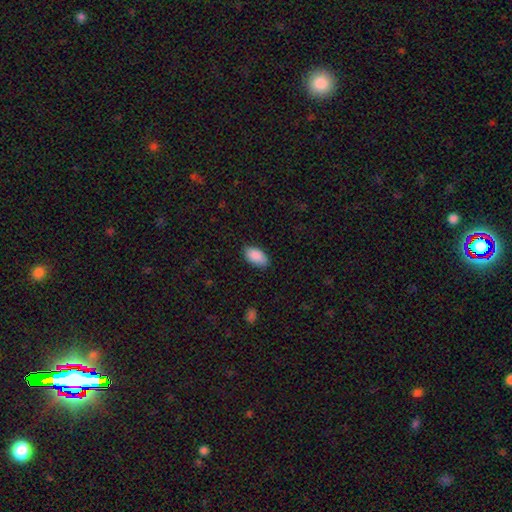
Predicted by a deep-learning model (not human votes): Morphology: type=smooth (90%); roundness=in between (95%); merging=none (84%).